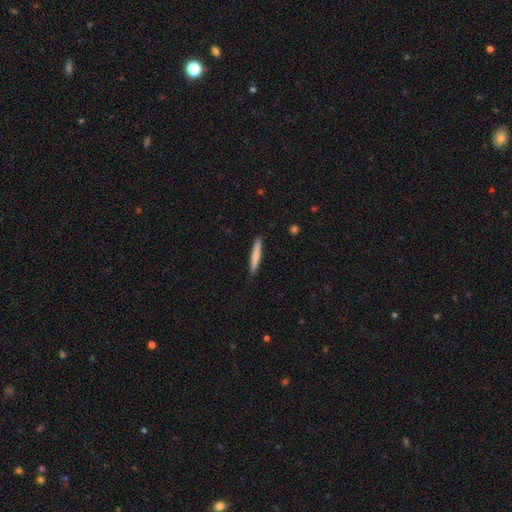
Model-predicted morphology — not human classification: Smooth or featured?
  - smooth: 74% *
  - featured or disk: 21%
  - star or artifact: 5%
How rounded?
  - cigar-shaped: 96% *
  - in between: 3%
  - round: 1%
Merging?
  - none: 89% *
  - minor disturbance: 8%
  - major disturbance: 1%
  - merger: 1%